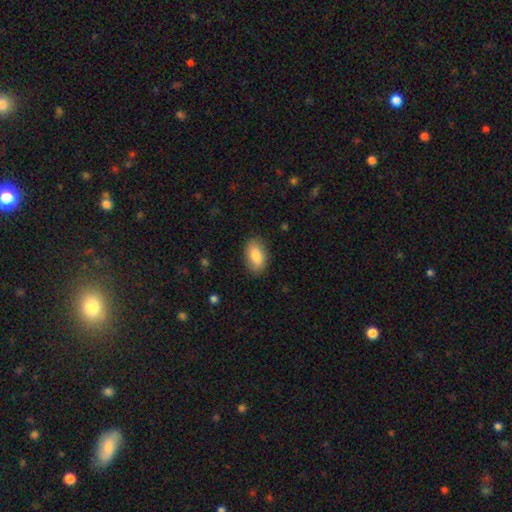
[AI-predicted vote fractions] Smooth or featured? Predicted: smooth (p=0.83). How rounded? Predicted: in between (p=0.92). Merging? Predicted: none (p=0.86).